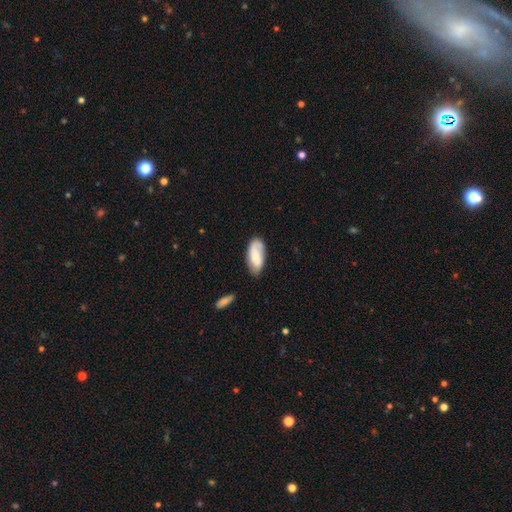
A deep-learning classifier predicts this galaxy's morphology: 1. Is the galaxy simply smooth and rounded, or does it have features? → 67% smooth, 27% featured or disk, 6% star or artifact.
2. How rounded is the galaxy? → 89% in between, 8% cigar-shaped, 2% round.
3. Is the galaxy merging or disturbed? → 70% none, 22% minor disturbance, 5% major disturbance, 3% merger.